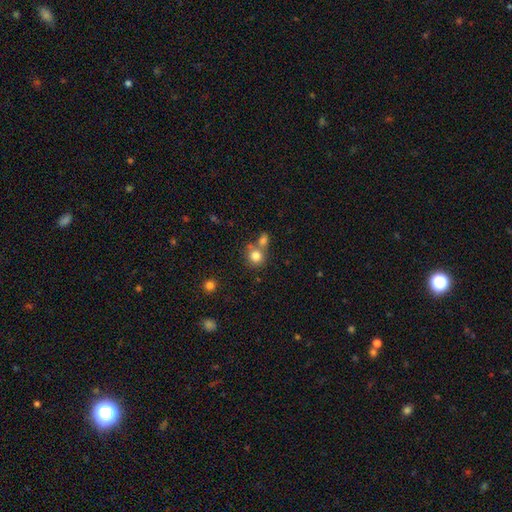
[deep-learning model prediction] A smooth galaxy with no disk features (80%) that is round (85%).

Vote fractions:
- Smooth or featured? smooth: 80% / star or artifact: 12% / featured or disk: 9%
- How rounded? round: 85% / in between: 14% / cigar-shaped: 1%
- Merging? none: 54% / merger: 34% / minor disturbance: 9% / major disturbance: 4%